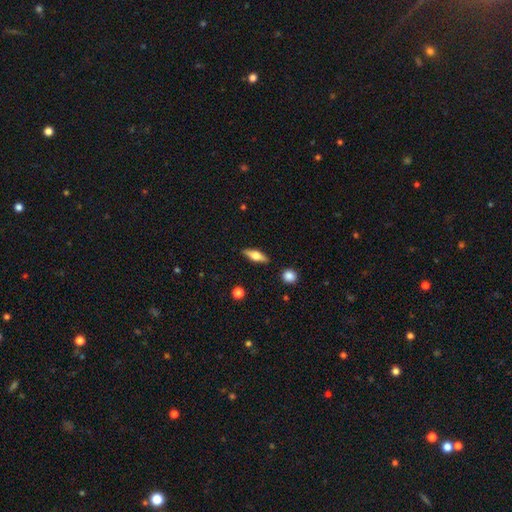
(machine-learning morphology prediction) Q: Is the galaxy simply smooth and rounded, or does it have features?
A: smooth — 50%.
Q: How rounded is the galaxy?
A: in between — 53%.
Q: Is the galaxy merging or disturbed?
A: none — 87%.